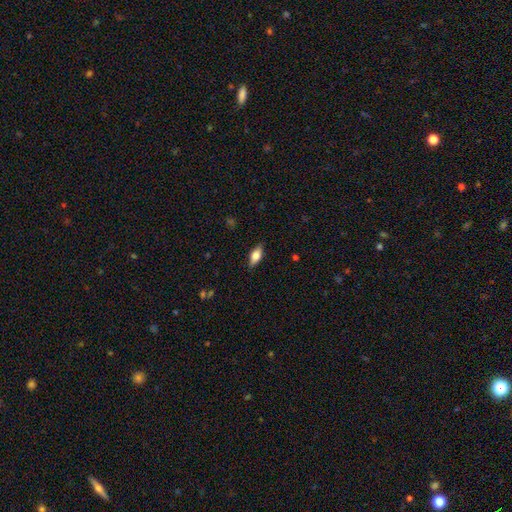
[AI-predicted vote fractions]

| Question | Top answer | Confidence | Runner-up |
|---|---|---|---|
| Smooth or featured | smooth | 66% | featured or disk (26%) |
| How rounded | in between | 80% | cigar-shaped (16%) |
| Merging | none | 85% | minor disturbance (11%) |